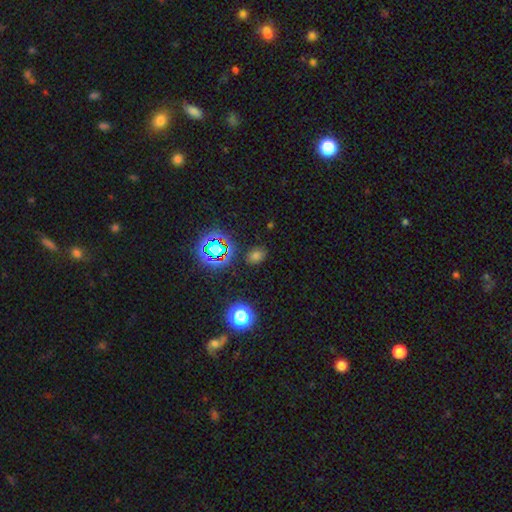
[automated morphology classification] Smooth or featured? Predicted: smooth (p=0.62). How rounded? Predicted: in between (p=0.64). Merging? Predicted: none (p=0.83).